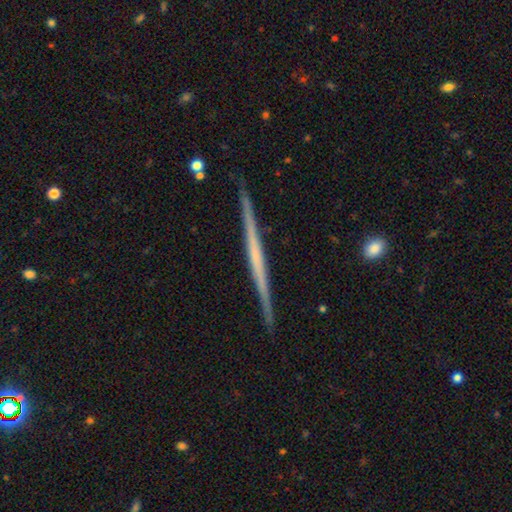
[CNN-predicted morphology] Smooth or featured? featured or disk (70%)
Edge-on disk? yes (98%)
Edge-on bulge? none (85%)
Merging? none (91%)